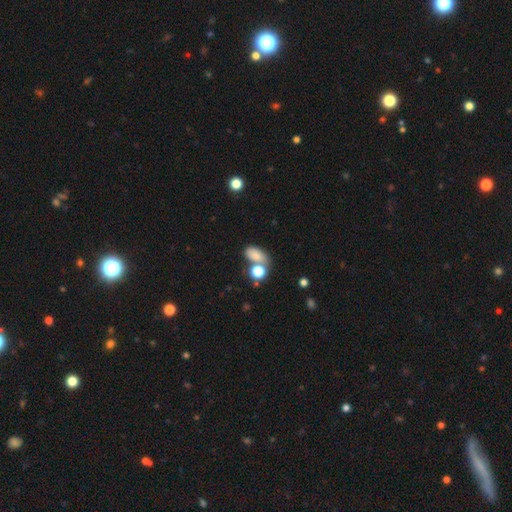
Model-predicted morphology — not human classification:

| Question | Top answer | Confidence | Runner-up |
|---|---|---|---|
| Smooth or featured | smooth | 76% | star or artifact (12%) |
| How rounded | in between | 81% | round (16%) |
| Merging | none | 46% | merger (31%) |